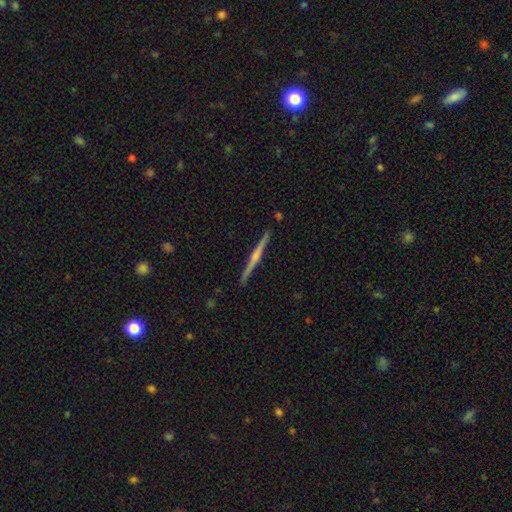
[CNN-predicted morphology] smooth_or_featured: featured or disk (p=0.74) [alt: smooth p=0.20]
disk_edge_on: yes (p=0.99) [alt: no p=0.01]
edge_on_bulge: rounded (p=0.71) [alt: none p=0.18]
merging: none (p=0.92) [alt: minor disturbance p=0.05]